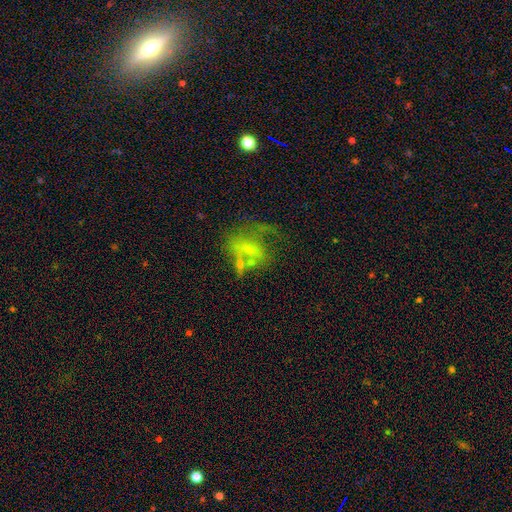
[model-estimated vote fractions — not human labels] Q: Smooth or featured?
A: featured or disk (47%); runner-up: smooth (35%)
Q: Merging?
A: major disturbance (37%); runner-up: none (28%)